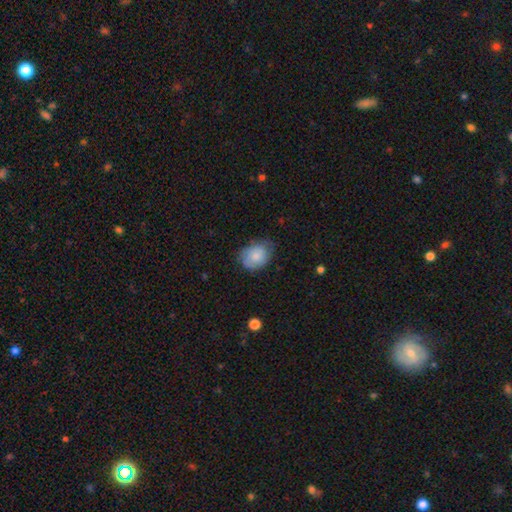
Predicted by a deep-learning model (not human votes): This is likely a smooth galaxy (79%). How rounded: likely in between (62%). Merging: possibly none (59%).